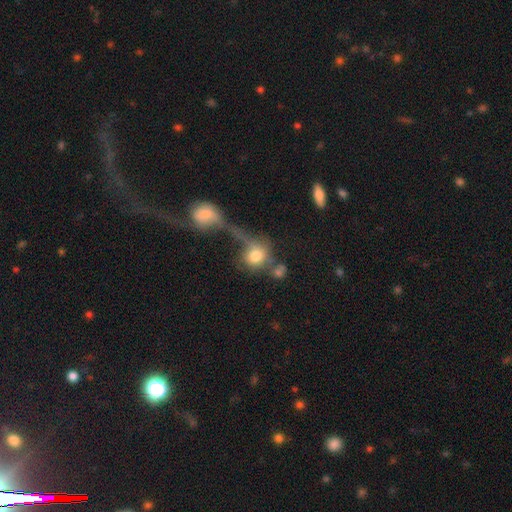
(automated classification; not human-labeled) This is likely a smooth galaxy (69%). How rounded: likely round (73%). Merging: possibly merger (46%).